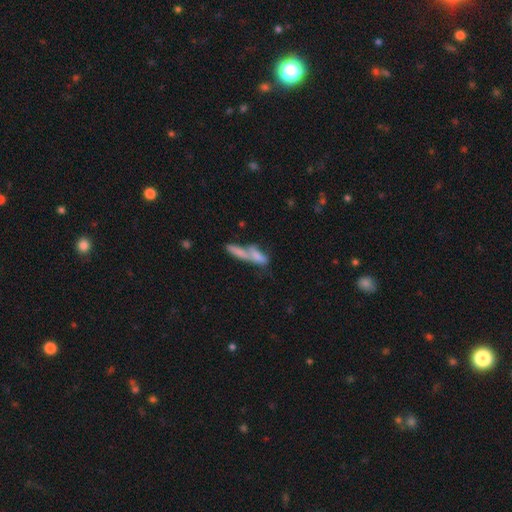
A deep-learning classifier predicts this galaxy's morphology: smooth-or-featured: smooth: 63% | featured or disk: 27% | star or artifact: 11%
  how-rounded: cigar-shaped: 65% | in between: 31% | round: 4%
  merging: merger: 57% | none: 26% | minor disturbance: 9% | major disturbance: 8%